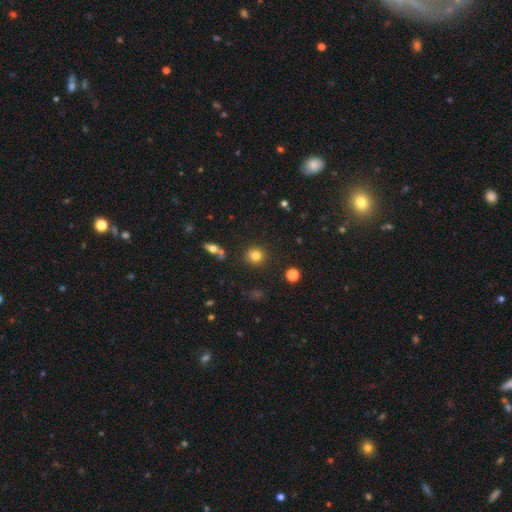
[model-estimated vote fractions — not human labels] Q: Smooth or featured?
A: smooth (80%); runner-up: star or artifact (12%)
Q: How rounded?
A: round (89%); runner-up: in between (10%)
Q: Merging?
A: none (85%); runner-up: minor disturbance (8%)